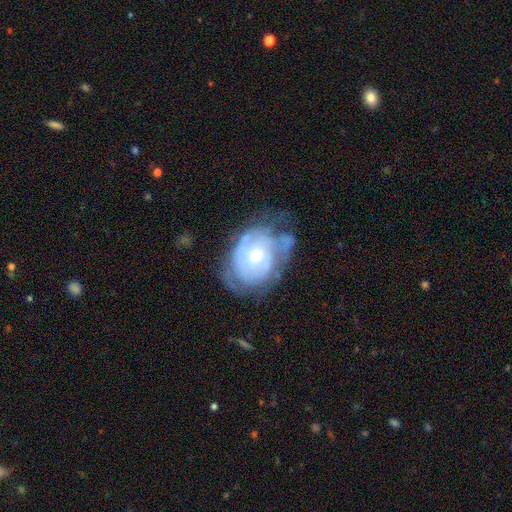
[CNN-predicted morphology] smooth-or-featured: featured or disk: 75% | smooth: 19% | star or artifact: 7%
  disk-edge-on: no: 97% | yes: 3%
    bar: no: 76% | weak: 20% | strong: 4%
    has-spiral-arms: yes: 75% | no: 25%
      spiral-winding: tight: 64% | medium: 26% | loose: 10%
      spiral-arm-count: can't tell: 49% | 2: 28% | 3: 10% | 1: 6% | 4: 4% | more than 4: 3%
    bulge-size: moderate: 52% | small: 44% | large: 2% | none: 1% | dominant: 1%
  merging: none: 44% | minor disturbance: 30% | major disturbance: 21% | merger: 5%